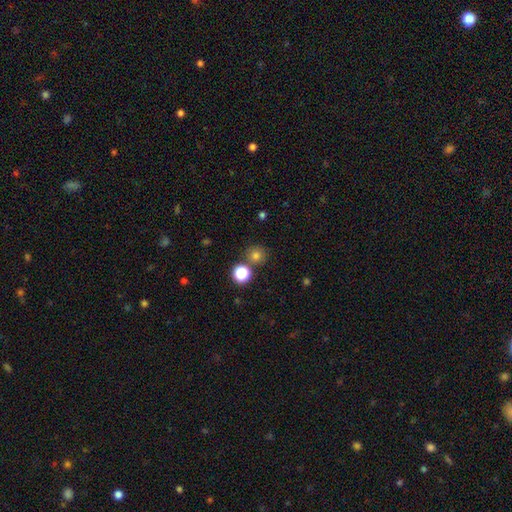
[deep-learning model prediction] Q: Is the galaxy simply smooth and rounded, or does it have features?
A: smooth — 76%.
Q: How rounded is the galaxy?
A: round — 90%.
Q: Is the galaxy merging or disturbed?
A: none — 75%.